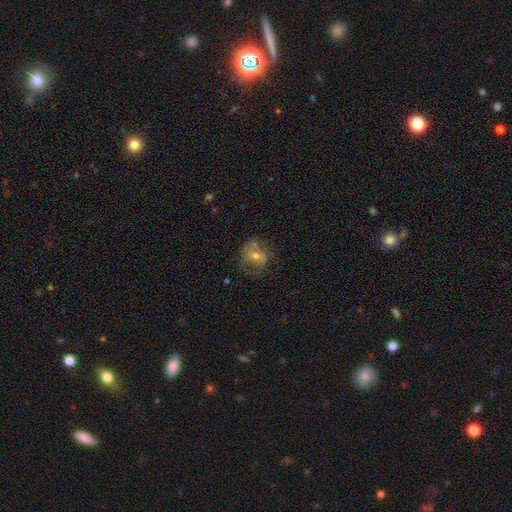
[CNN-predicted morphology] Smooth or featured?
  - featured or disk: 50% *
  - smooth: 36%
  - star or artifact: 15%
Merging?
  - none: 59% *
  - minor disturbance: 21%
  - major disturbance: 13%
  - merger: 8%